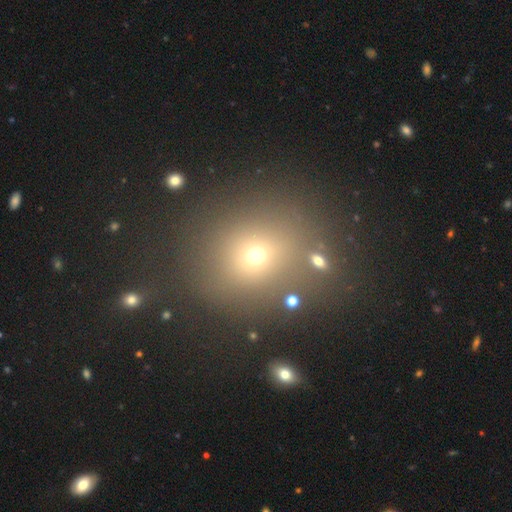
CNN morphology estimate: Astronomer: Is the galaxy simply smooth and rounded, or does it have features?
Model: smooth — 62%.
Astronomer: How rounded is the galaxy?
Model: round — 82%.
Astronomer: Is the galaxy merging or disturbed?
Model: none — 80%.